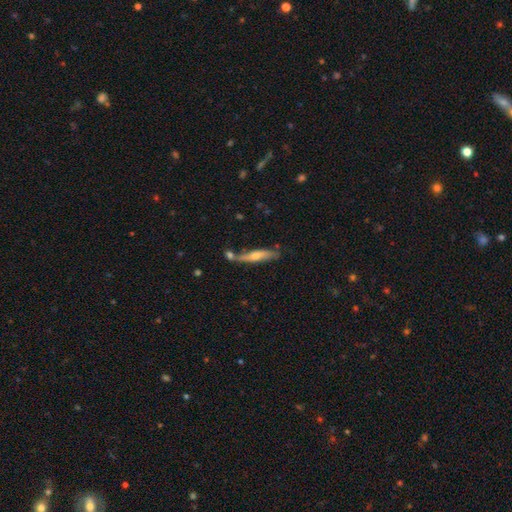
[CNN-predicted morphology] Q: Smooth or featured?
A: smooth (50%); runner-up: featured or disk (44%)
Q: How rounded?
A: cigar-shaped (82%); runner-up: in between (16%)
Q: Merging?
A: none (60%); runner-up: minor disturbance (18%)